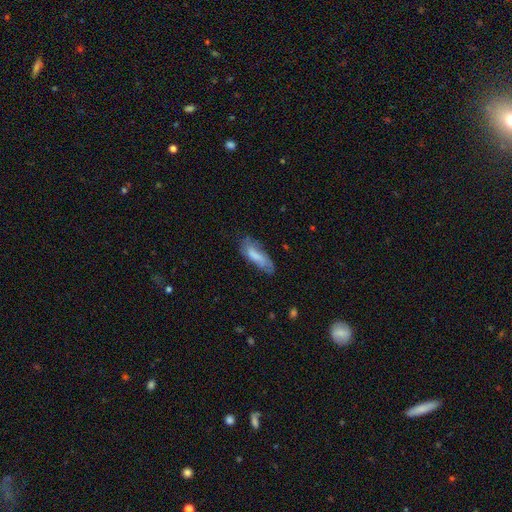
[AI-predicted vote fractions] This is likely a smooth galaxy (68%). How rounded: possibly in between (59%). Merging: possibly none (53%).